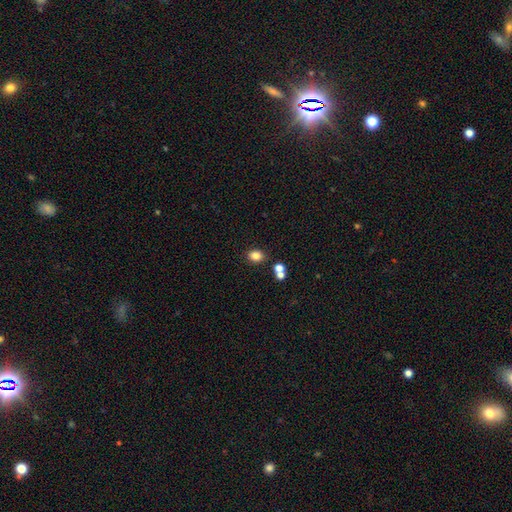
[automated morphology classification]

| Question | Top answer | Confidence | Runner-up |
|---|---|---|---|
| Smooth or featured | smooth | 82% | star or artifact (12%) |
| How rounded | in between | 54% | round (45%) |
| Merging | none | 79% | minor disturbance (9%) |